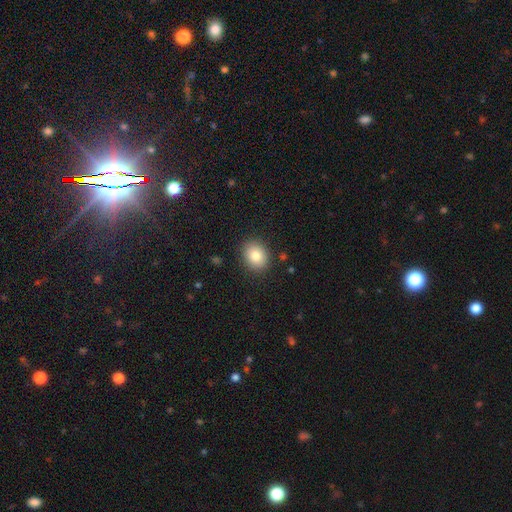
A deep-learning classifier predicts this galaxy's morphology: A smooth galaxy with no disk features (83%) that is round (60%). Merging: none (88%).